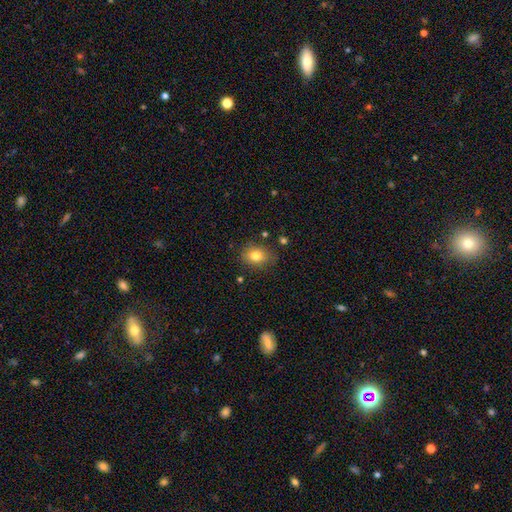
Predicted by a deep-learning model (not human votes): This is likely a smooth galaxy (79%). How rounded: possibly in between (54%). Merging: likely none (80%).